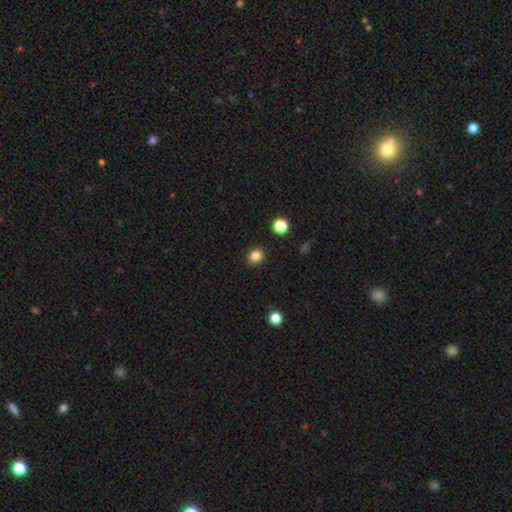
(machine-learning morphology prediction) Overall: smooth (84%). How rounded: round (76%). Merging: none (90%).